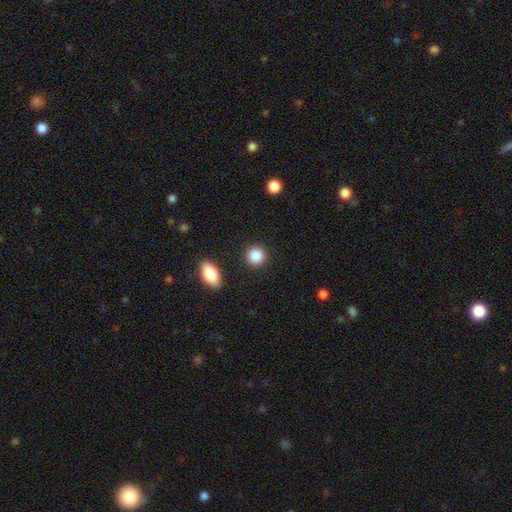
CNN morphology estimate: Smooth or featured? smooth (89%)
How rounded? round (89%)
Merging? none (89%)